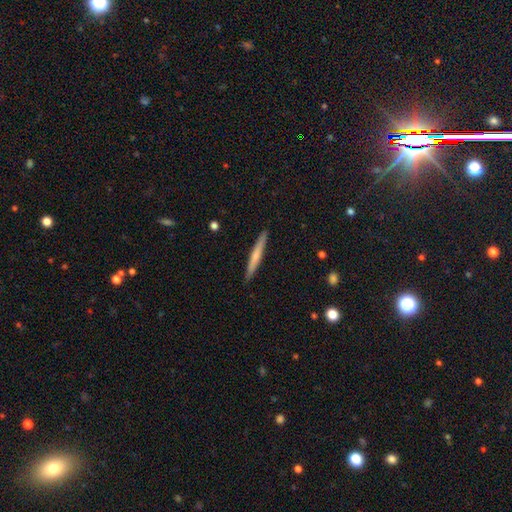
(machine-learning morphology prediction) This is possibly a smooth galaxy (54%). How rounded: clearly cigar-shaped (96%). Merging: clearly none (91%).